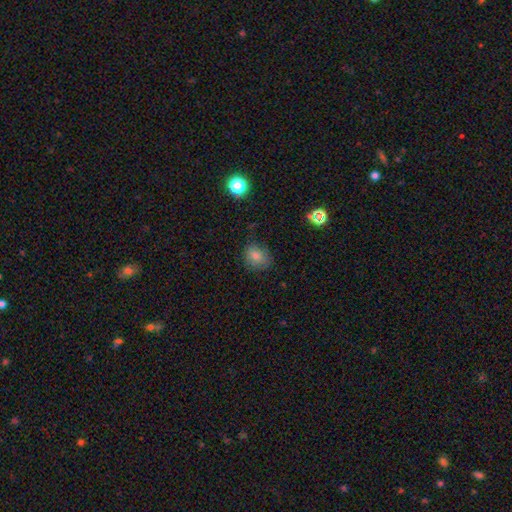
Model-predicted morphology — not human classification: Q: Smooth or featured?
A: smooth (76%); runner-up: star or artifact (15%)
Q: How rounded?
A: round (61%); runner-up: in between (38%)
Q: Merging?
A: none (73%); runner-up: minor disturbance (20%)